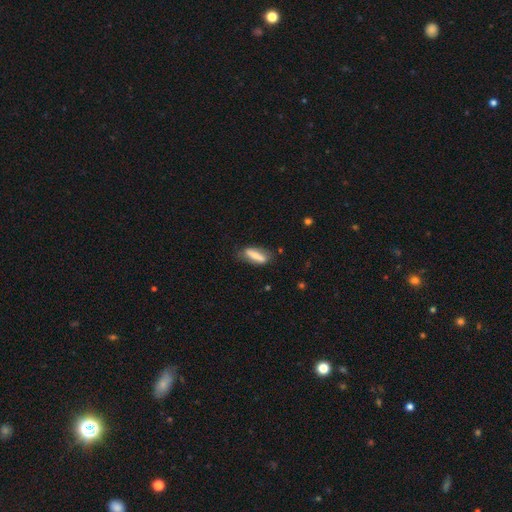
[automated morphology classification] A smooth galaxy with no disk features (62%) that is in between round and cigar-shaped (51%).

Vote fractions:
- Smooth or featured? smooth: 62% / featured or disk: 31% / star or artifact: 7%
- How rounded? in between: 51% / cigar-shaped: 46% / round: 3%
- Merging? none: 69% / minor disturbance: 21% / major disturbance: 6% / merger: 3%